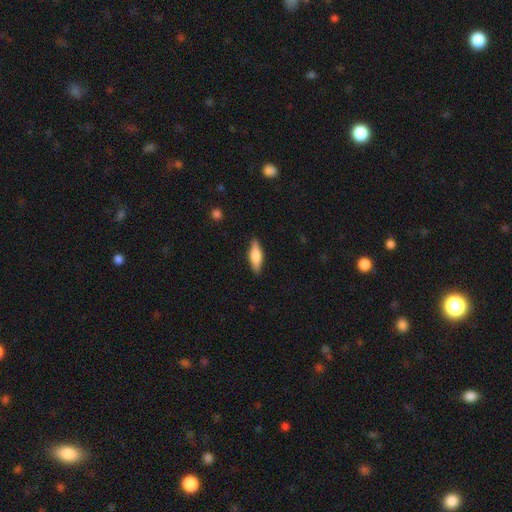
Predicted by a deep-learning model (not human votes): Q: Smooth or featured?
A: smooth (62%); runner-up: featured or disk (32%)
Q: How rounded?
A: in between (53%); runner-up: cigar-shaped (45%)
Q: Merging?
A: none (87%); runner-up: minor disturbance (10%)